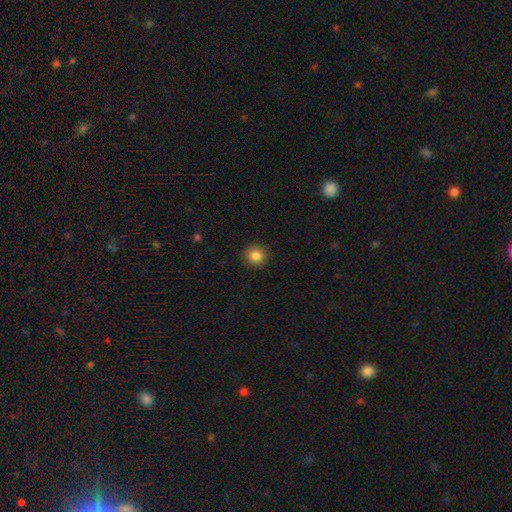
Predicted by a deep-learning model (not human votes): Smooth or featured: smooth — 84% (star or artifact — 11%)
How rounded: round — 92% (in between — 7%)
Merging: none — 91% (minor disturbance — 6%)